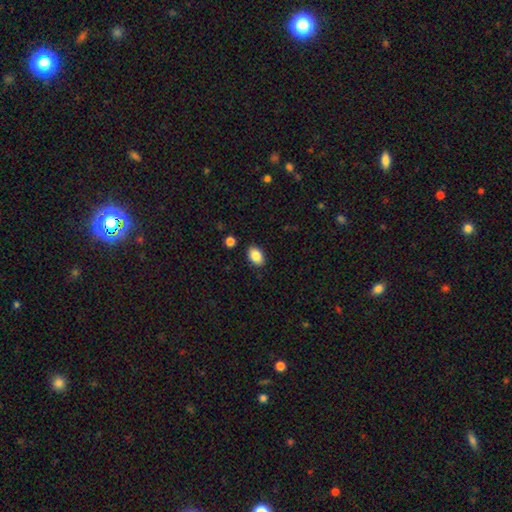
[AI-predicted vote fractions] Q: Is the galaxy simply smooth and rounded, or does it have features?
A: smooth — 85%.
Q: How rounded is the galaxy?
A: in between — 90%.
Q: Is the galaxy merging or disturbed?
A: none — 88%.